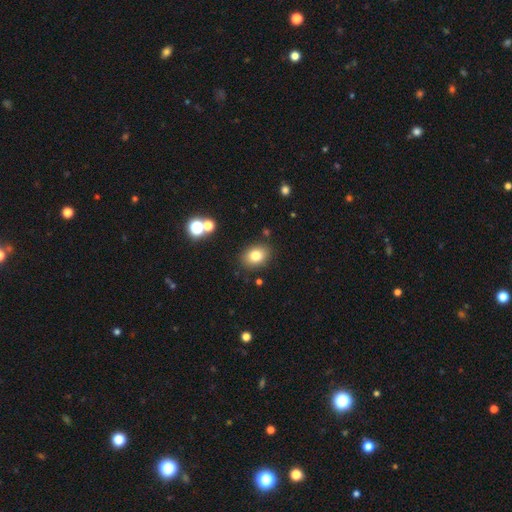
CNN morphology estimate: A smooth galaxy with no disk features (79%) that is in between round and cigar-shaped (65%). Merging: none (85%).